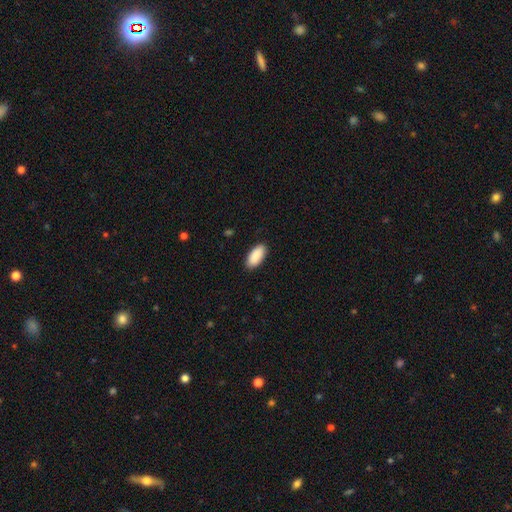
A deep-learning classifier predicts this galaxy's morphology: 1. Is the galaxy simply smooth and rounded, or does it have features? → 91% smooth, 6% star or artifact, 3% featured or disk.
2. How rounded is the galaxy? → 92% in between, 7% cigar-shaped, 2% round.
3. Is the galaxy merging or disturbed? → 89% none, 8% minor disturbance, 2% major disturbance, 1% merger.